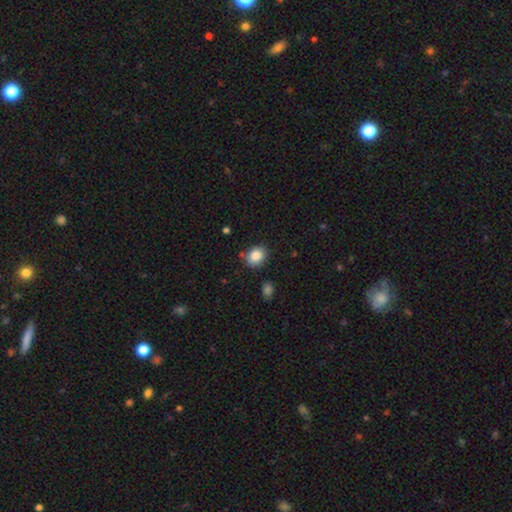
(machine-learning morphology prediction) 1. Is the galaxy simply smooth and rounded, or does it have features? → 85% smooth, 9% star or artifact, 6% featured or disk.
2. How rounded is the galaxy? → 55% round, 44% in between, 1% cigar-shaped.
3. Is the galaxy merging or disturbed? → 81% none, 12% minor disturbance, 4% merger, 3% major disturbance.